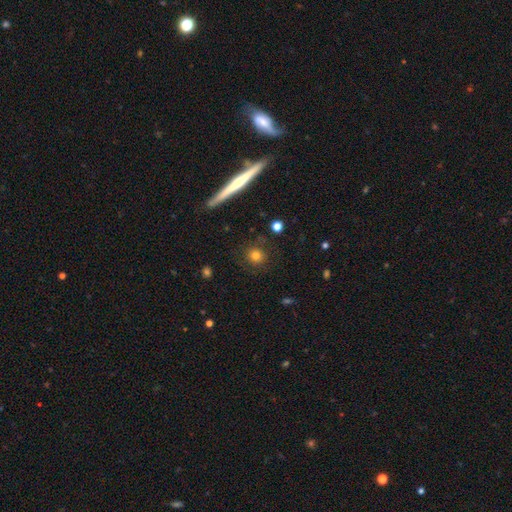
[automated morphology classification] Q: Smooth or featured?
A: smooth (77%); runner-up: star or artifact (13%)
Q: How rounded?
A: round (92%); runner-up: in between (6%)
Q: Merging?
A: none (86%); runner-up: minor disturbance (9%)